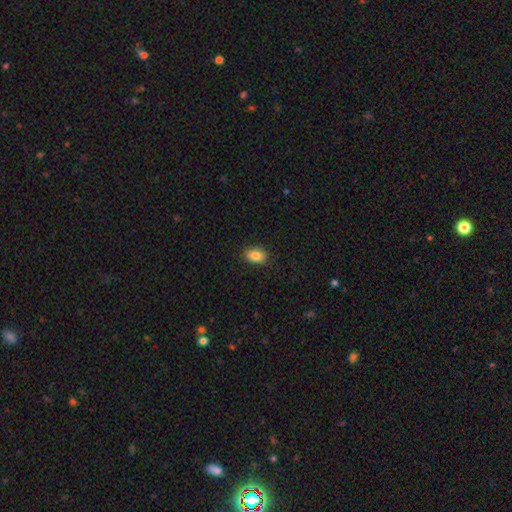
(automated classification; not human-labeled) A smooth galaxy with no disk features (85%) that is in between round and cigar-shaped (80%).

Vote fractions:
- Smooth or featured? smooth: 85% / star or artifact: 9% / featured or disk: 6%
- How rounded? in between: 80% / round: 19% / cigar-shaped: 1%
- Merging? none: 88% / minor disturbance: 9% / major disturbance: 2% / merger: 1%